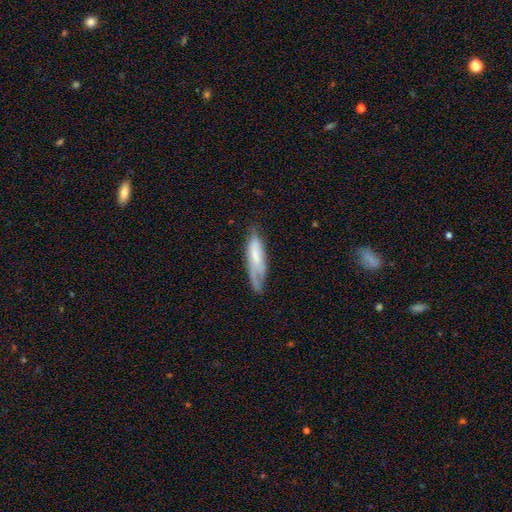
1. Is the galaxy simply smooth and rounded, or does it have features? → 57% smooth, 41% featured or disk, 3% star or artifact.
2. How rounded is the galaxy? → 62% cigar-shaped, 38% in between, 0% round.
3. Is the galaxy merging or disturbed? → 58% none, 31% minor disturbance, 6% major disturbance, 6% merger.